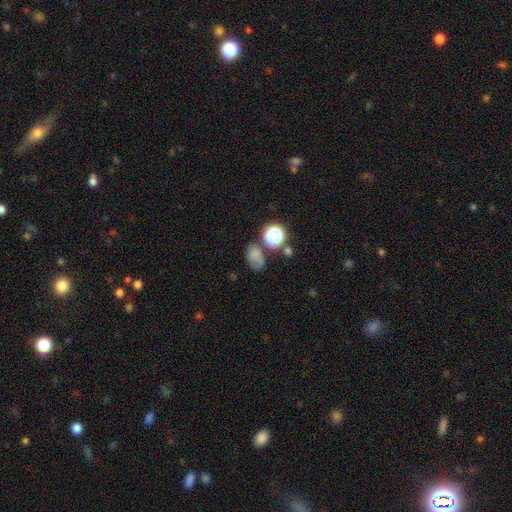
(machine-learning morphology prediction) smooth-or-featured: smooth: 65% | star or artifact: 20% | featured or disk: 15%
  how-rounded: in between: 71% | round: 28% | cigar-shaped: 2%
  merging: none: 52% | minor disturbance: 22% | merger: 14% | major disturbance: 12%